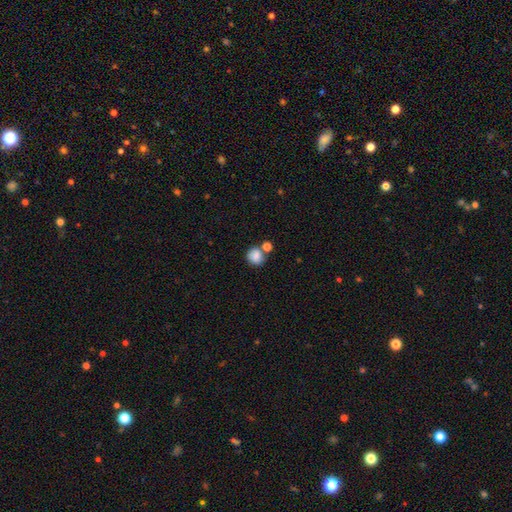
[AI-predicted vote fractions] Smooth or featured? Predicted: smooth (p=0.83). How rounded? Predicted: round (p=0.84). Merging? Predicted: none (p=0.57).